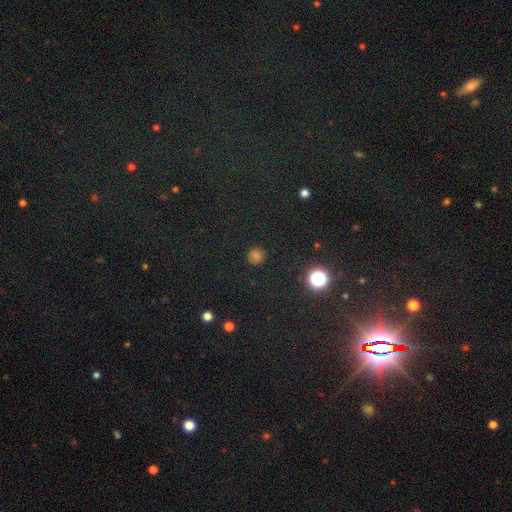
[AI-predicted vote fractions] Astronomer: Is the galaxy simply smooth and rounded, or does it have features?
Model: smooth — 65%.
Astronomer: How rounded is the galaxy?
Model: round — 90%.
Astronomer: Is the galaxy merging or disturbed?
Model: none — 90%.